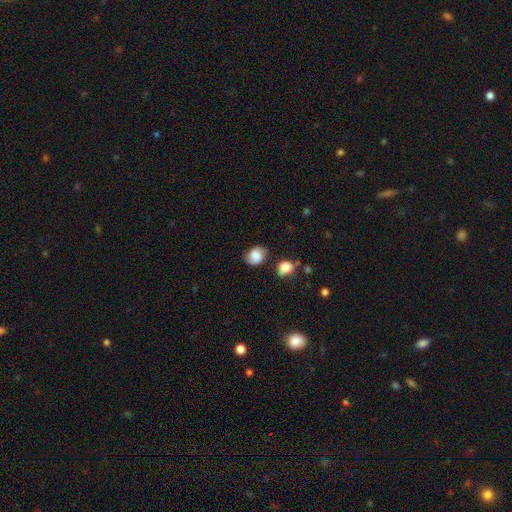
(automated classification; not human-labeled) smooth_or_featured: smooth (p=0.64) [alt: featured or disk p=0.27]
how_rounded: round (p=0.53) [alt: in between p=0.46]
merging: none (p=0.72) [alt: minor disturbance p=0.17]